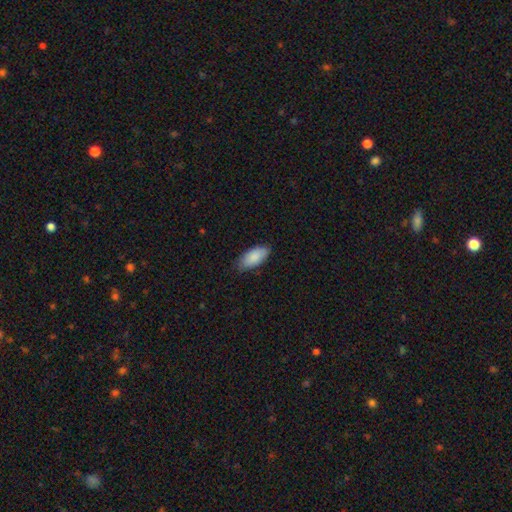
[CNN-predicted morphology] A smooth galaxy with no disk features (88%) that is in between round and cigar-shaped (91%). Merging: none (81%).